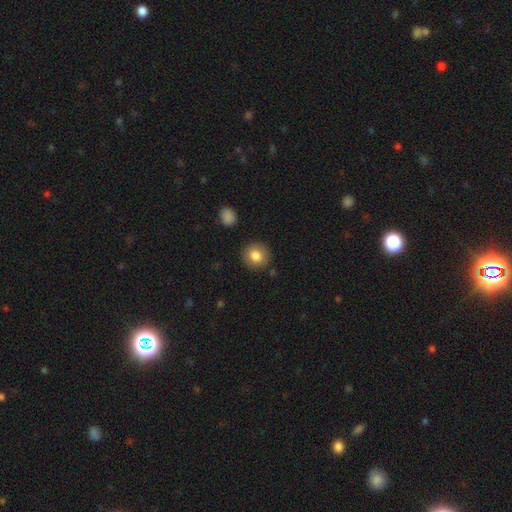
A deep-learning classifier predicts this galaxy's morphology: Smooth or featured? Predicted: smooth (p=0.82). How rounded? Predicted: round (p=0.86). Merging? Predicted: none (p=0.88).